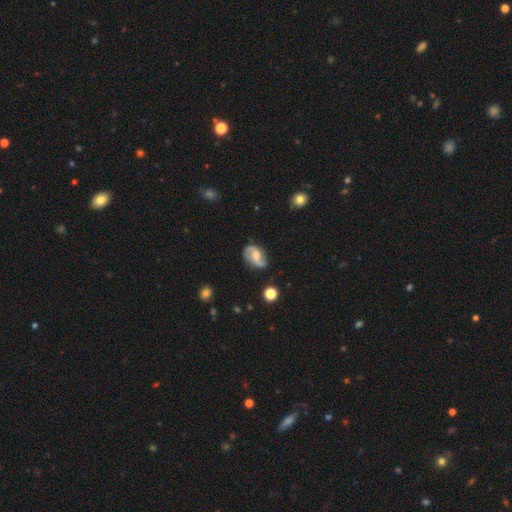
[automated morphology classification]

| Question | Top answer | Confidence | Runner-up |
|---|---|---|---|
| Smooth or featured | featured or disk | 78% | smooth (15%) |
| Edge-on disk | no | 97% | yes (3%) |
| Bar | weak | 45% | no (41%) |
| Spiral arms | yes | 95% | no (5%) |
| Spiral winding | loose | 57% | medium (32%) |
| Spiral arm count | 2 | 91% | can't tell (3%) |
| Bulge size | moderate | 51% | small (35%) |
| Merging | none | 77% | minor disturbance (16%) |